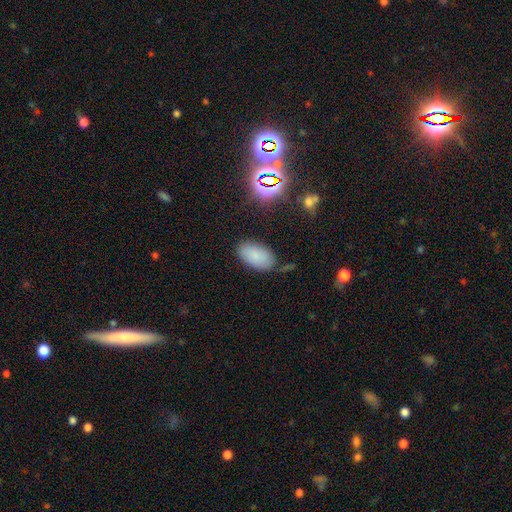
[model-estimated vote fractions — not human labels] Q: Smooth or featured?
A: smooth (80%); runner-up: star or artifact (12%)
Q: How rounded?
A: in between (94%); runner-up: round (4%)
Q: Merging?
A: none (74%); runner-up: minor disturbance (18%)